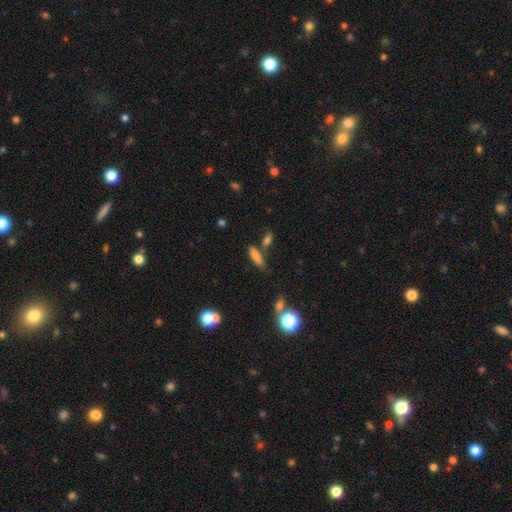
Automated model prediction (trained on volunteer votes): smooth 68%, featured or disk 19%, star or artifact 12%. Down the decision tree: how rounded — cigar-shaped (56%); merging — none (61%).